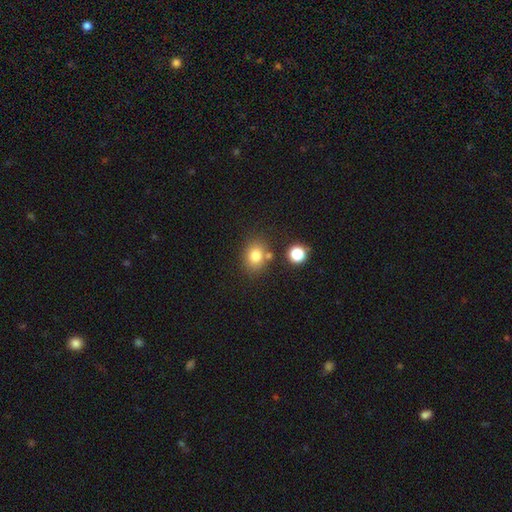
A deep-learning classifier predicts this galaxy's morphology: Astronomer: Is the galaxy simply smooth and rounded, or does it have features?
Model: smooth — 80%.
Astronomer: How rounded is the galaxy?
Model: round — 57% (runner-up: in between, 42%).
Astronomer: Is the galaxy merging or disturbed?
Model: none — 72%.